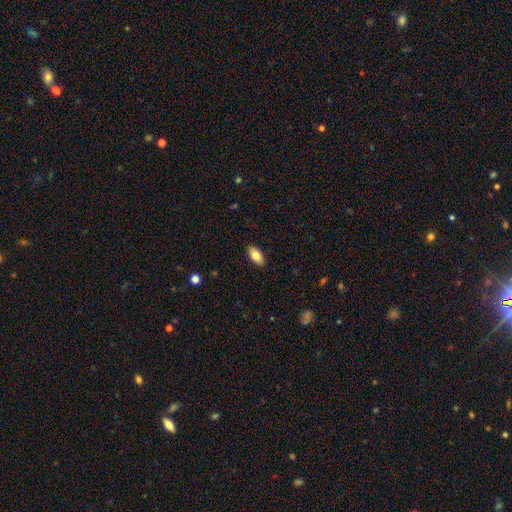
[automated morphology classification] The model was most divided on "smooth or featured": smooth: 82%, featured or disk: 12%, star or artifact: 7%. More confident: how rounded — in between (91%); merging — none (90%).